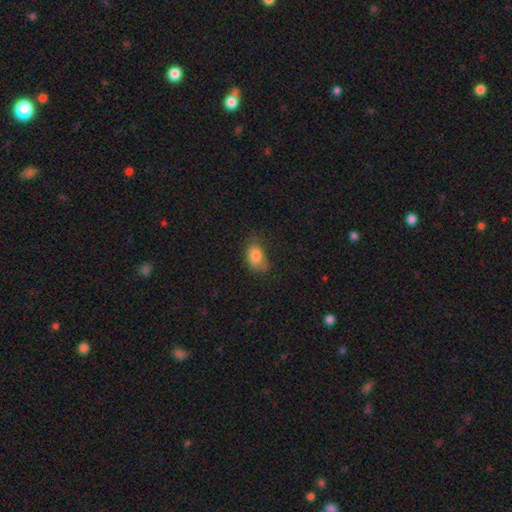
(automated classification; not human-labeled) The model was most divided on "merging": none: 54%, minor disturbance: 33%, major disturbance: 11%, merger: 2%. More confident: smooth or featured — smooth (82%); how rounded — in between (82%).